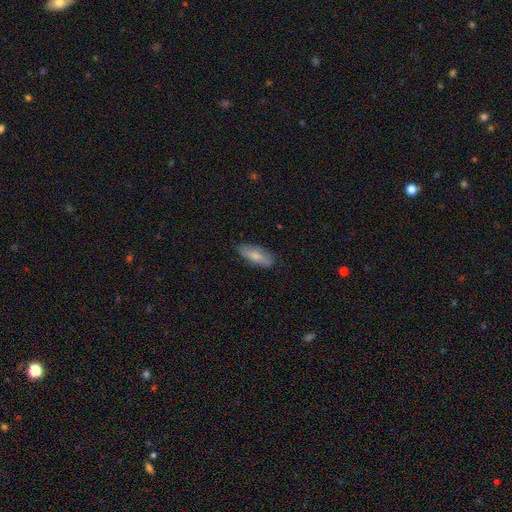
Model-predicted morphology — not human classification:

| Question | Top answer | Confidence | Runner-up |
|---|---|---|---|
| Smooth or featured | smooth | 75% | featured or disk (19%) |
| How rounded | in between | 69% | cigar-shaped (29%) |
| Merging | none | 80% | minor disturbance (16%) |